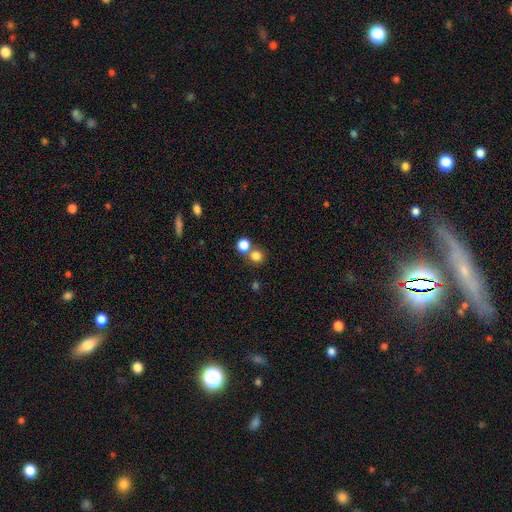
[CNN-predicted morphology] The model was most divided on "merging": none: 62%, merger: 29%, minor disturbance: 6%, major disturbance: 3%. More confident: how rounded — round (89%); smooth or featured — smooth (80%).